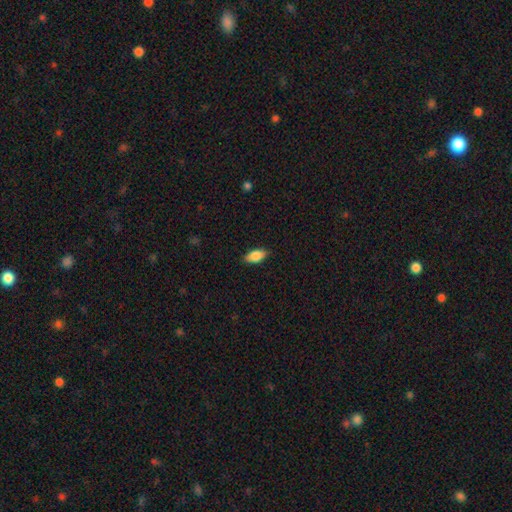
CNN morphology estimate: Overall: smooth (85%). How rounded: in between (90%). Merging: none (85%).